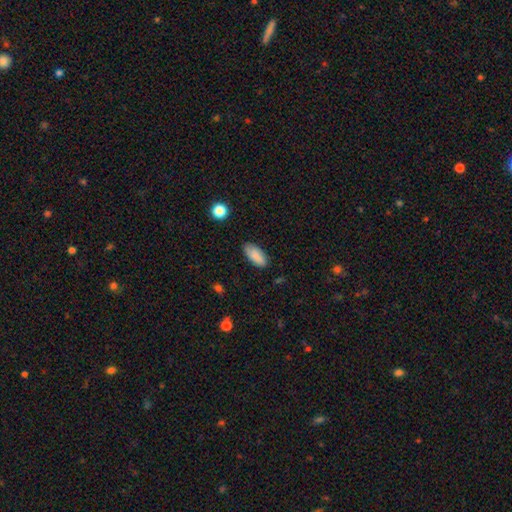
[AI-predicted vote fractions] A smooth galaxy with no disk features (86%) that is in between round and cigar-shaped (88%). Merging: none (82%).